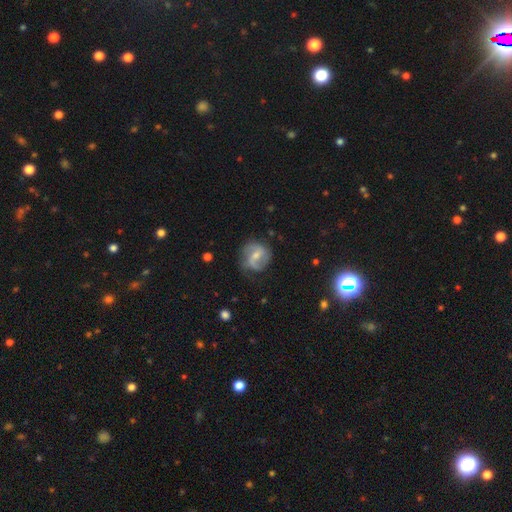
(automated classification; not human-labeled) Smooth or featured? Predicted: featured or disk (p=0.69). Edge-on disk? Predicted: no (p=0.97). Bar? Predicted: weak (p=0.51). Spiral arms? Predicted: yes (p=0.87). Spiral winding? Predicted: medium (p=0.44). Spiral arm count? Predicted: 2 (p=0.81). Bulge size? Predicted: moderate (p=0.48). Merging? Predicted: none (p=0.67).